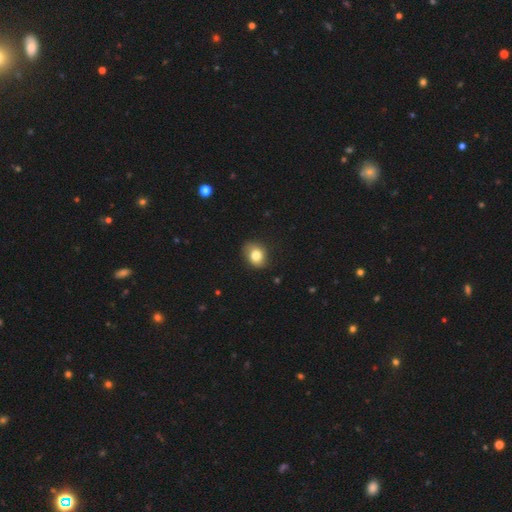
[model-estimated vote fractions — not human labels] smooth-or-featured: smooth: 80% | featured or disk: 11% | star or artifact: 9%
  how-rounded: in between: 56% | round: 43% | cigar-shaped: 1%
  merging: none: 77% | minor disturbance: 18% | major disturbance: 4% | merger: 1%